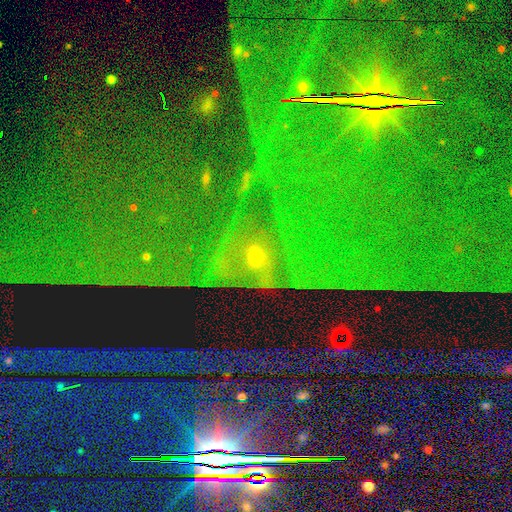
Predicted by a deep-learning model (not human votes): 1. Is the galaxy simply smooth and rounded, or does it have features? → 55% star or artifact, 24% featured or disk, 21% smooth.